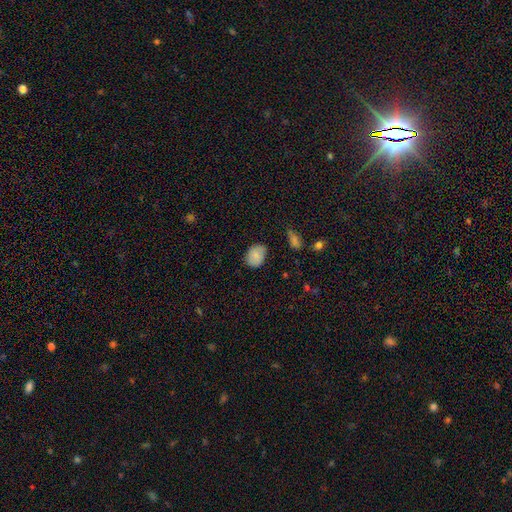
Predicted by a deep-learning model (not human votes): Morphology: type=smooth (84%); roundness=in between (55%); merging=none (75%).